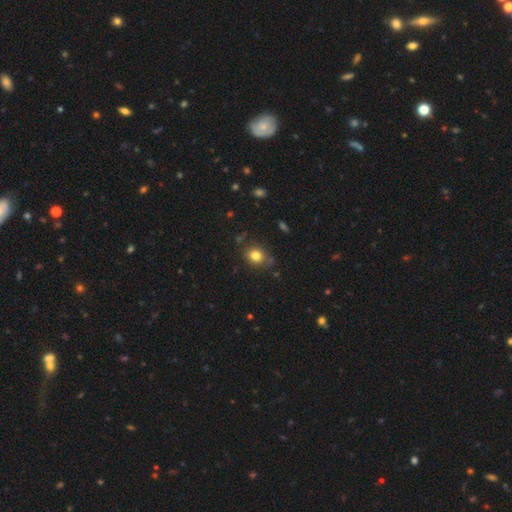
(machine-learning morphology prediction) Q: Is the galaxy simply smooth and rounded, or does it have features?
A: smooth — 80%.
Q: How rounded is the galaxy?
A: round — 67%.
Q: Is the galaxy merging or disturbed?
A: none — 77%.